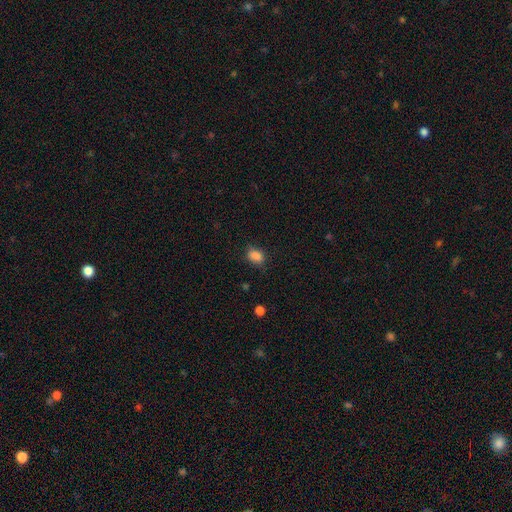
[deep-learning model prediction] This appears to be a smooth galaxy with no disk features (85%) that is in between round and cigar-shaped (70%). Merging: none (71%).